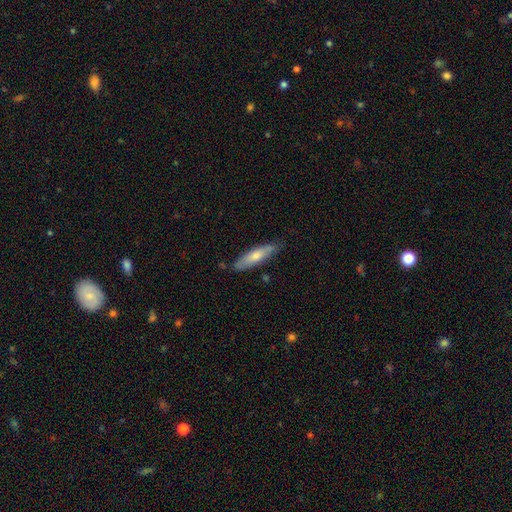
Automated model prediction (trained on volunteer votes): Overall: smooth (61%; featured or disk 33%). How rounded: cigar-shaped (73%). Merging: none (78%).